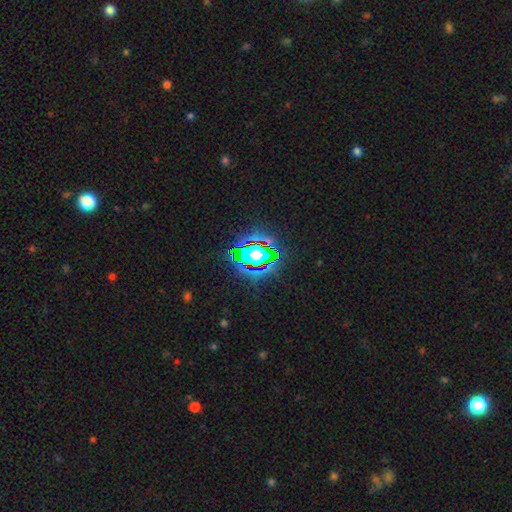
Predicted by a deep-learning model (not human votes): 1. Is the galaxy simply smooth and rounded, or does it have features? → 68% star or artifact, 18% smooth, 14% featured or disk.